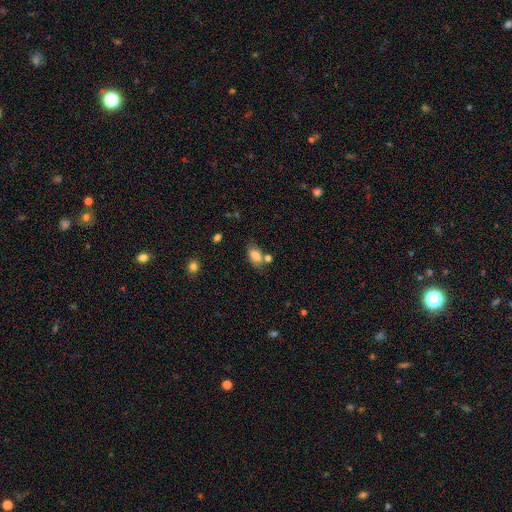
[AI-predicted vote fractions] A smooth galaxy with no disk features (79%) that is in between round and cigar-shaped (88%). Merging: none (58%).